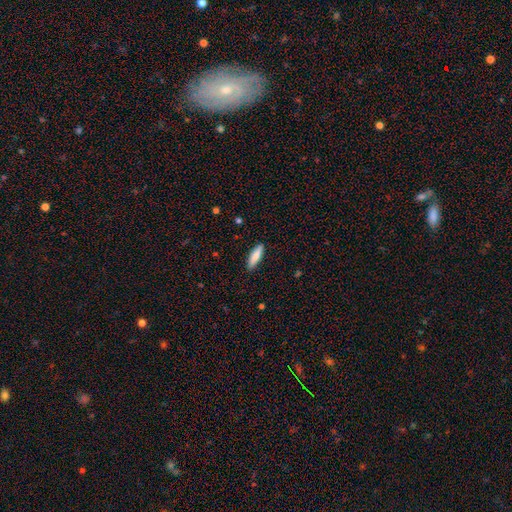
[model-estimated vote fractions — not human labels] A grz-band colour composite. It shows a smooth galaxy with no disk features (84%) that is cigar-shaped (64%). Merging: none (89%).